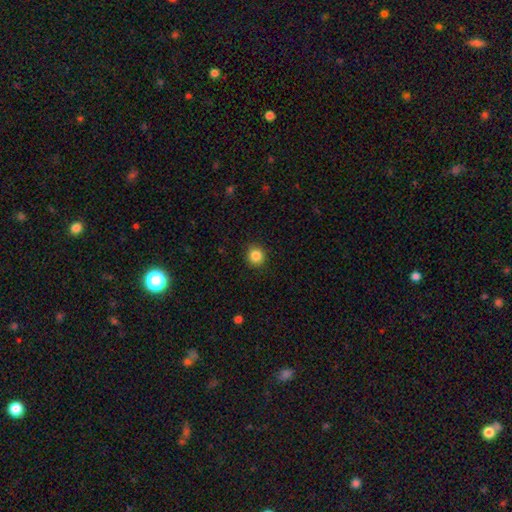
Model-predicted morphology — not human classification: This is clearly a smooth galaxy (86%). How rounded: clearly round (90%). Merging: clearly none (91%).